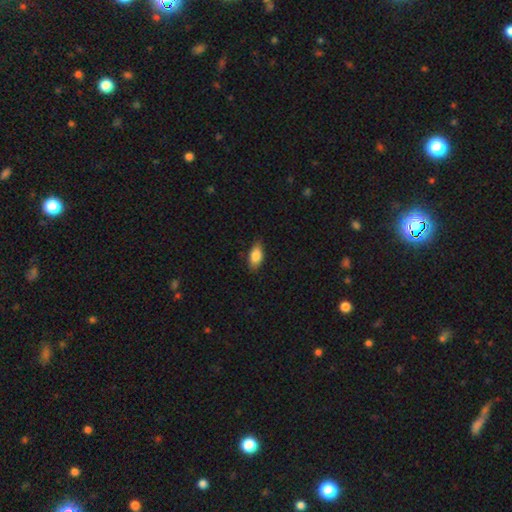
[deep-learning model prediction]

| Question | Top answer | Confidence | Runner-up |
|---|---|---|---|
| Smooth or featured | smooth | 84% | featured or disk (9%) |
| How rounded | in between | 90% | cigar-shaped (6%) |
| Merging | none | 84% | minor disturbance (13%) |